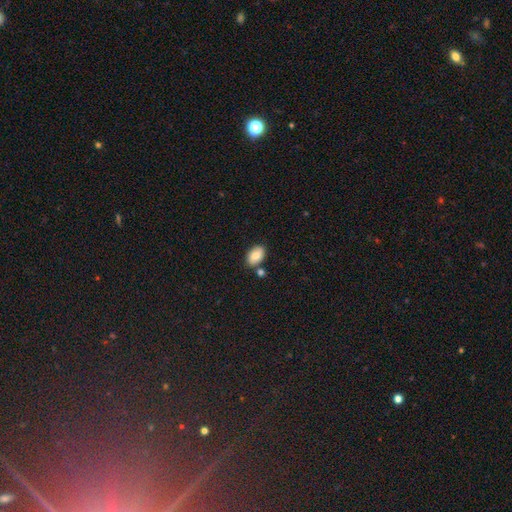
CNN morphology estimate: smooth 83%, featured or disk 10%, star or artifact 7%. Down the decision tree: how rounded — in between (91%); merging — none (74%).